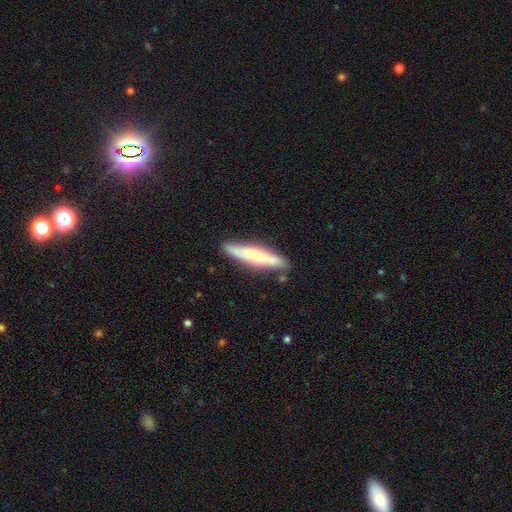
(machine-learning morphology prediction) Smooth or featured? smooth (55%)
How rounded? cigar-shaped (86%)
Merging? none (80%)